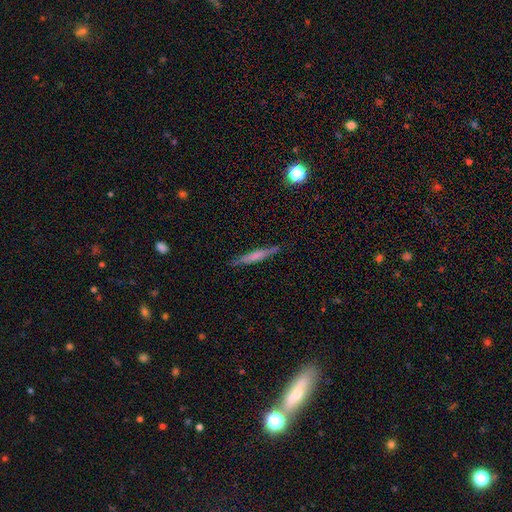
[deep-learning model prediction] A smooth galaxy with no disk features (52%) that is cigar-shaped (93%). Merging: none (85%).